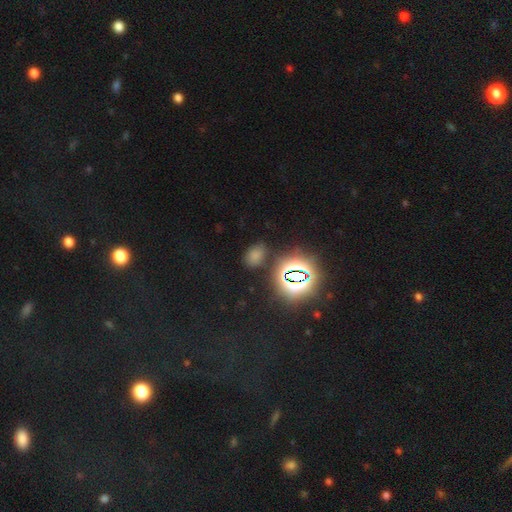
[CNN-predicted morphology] Smooth or featured: smooth — 59% (star or artifact — 34%)
How rounded: in between — 72% (round — 26%)
Merging: none — 76% (minor disturbance — 14%)